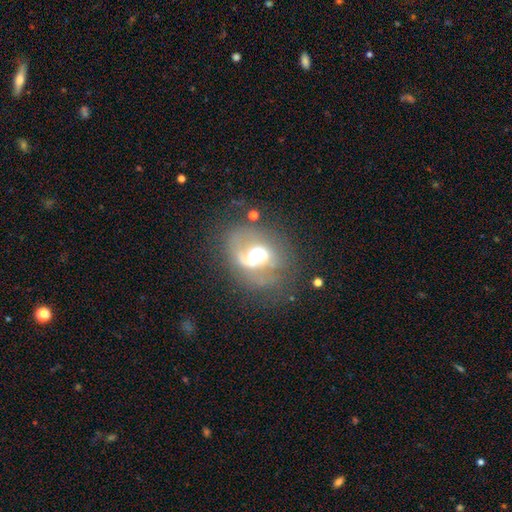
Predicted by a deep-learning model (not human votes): Smooth or featured?
  - featured or disk: 71% *
  - smooth: 19%
  - star or artifact: 10%
Edge-on disk?
  - no: 96% *
  - yes: 4%
Bar?
  - weak: 44% *
  - strong: 31%
  - no: 24%
Spiral arms?
  - yes: 72% *
  - no: 28%
Bulge size?
  - moderate: 53% *
  - large: 20%
  - small: 20%
  - dominant: 4%
  - none: 3%
Merging?
  - none: 45% *
  - major disturbance: 27%
  - minor disturbance: 19%
  - merger: 9%